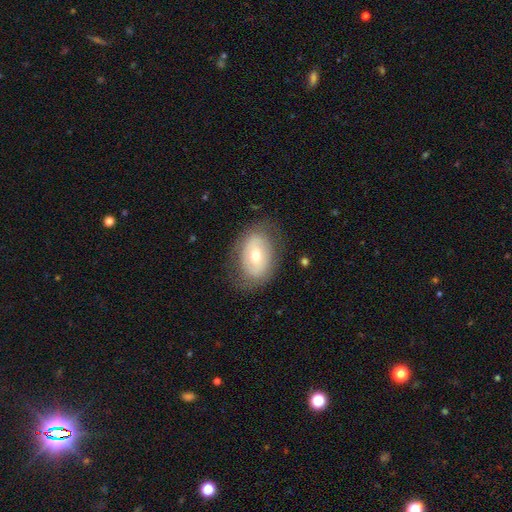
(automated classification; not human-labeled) Q: Smooth or featured?
A: smooth (50%); runner-up: featured or disk (43%)
Q: Merging?
A: none (74%); runner-up: minor disturbance (17%)